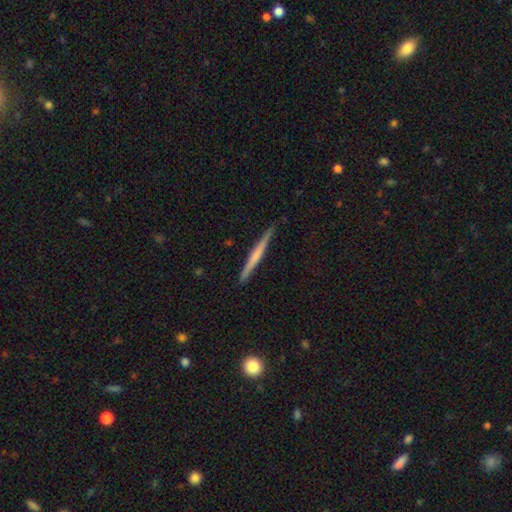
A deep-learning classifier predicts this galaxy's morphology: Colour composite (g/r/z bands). It shows a featured or disk galaxy (54%) viewed edge-on (98%) with no central bulge (58%). Merging: none (89%).